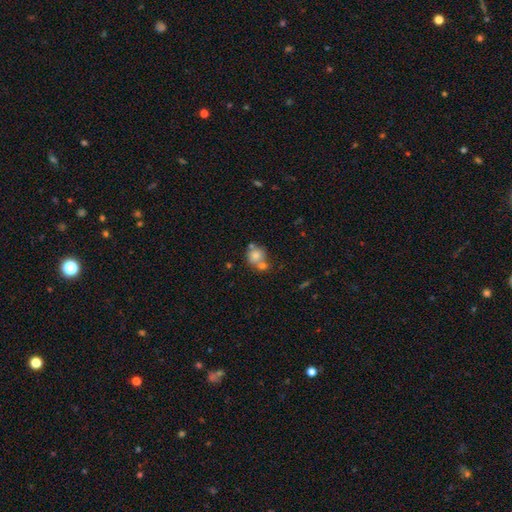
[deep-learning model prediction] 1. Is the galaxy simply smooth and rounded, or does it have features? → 76% smooth, 14% featured or disk, 11% star or artifact.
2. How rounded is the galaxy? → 80% round, 19% in between, 1% cigar-shaped.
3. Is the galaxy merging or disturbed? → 45% none, 39% merger, 11% minor disturbance, 5% major disturbance.